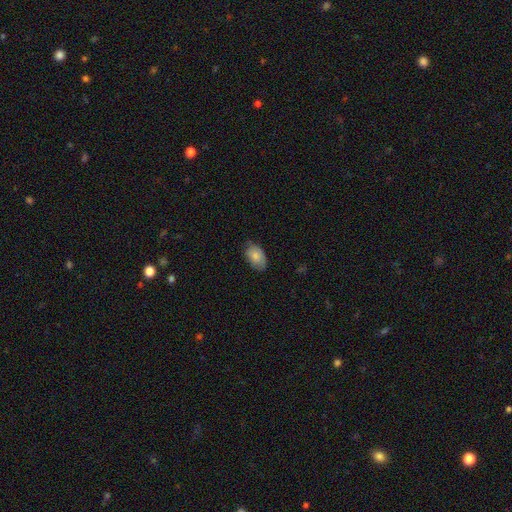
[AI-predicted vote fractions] Morphology: type=smooth (80%); roundness=in between (91%); merging=none (69%).